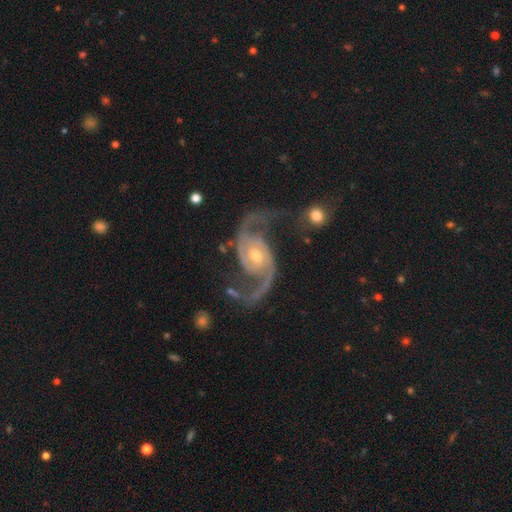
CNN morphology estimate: smooth-or-featured: featured or disk: 93% | star or artifact: 4% | smooth: 3%
  disk-edge-on: no: 98% | yes: 2%
    bar: no: 58% | weak: 32% | strong: 11%
    has-spiral-arms: yes: 98% | no: 2%
      spiral-winding: loose: 47% | medium: 43% | tight: 11%
      spiral-arm-count: 2: 94% | can't tell: 1% | 1: 1% | 3: 1% | 4: 1% | more than 4: 1%
    bulge-size: moderate: 50% | small: 45% | large: 3% | none: 1% | dominant: 1%
  merging: none: 63% | minor disturbance: 17% | major disturbance: 14% | merger: 6%